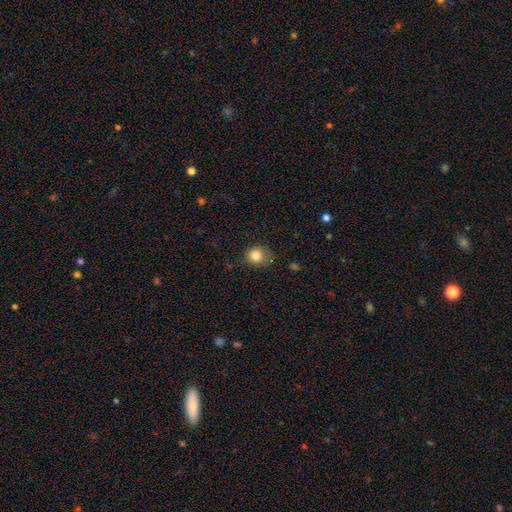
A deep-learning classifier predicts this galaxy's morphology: type=smooth (82%); roundness=round (78%); merging=none (68%).